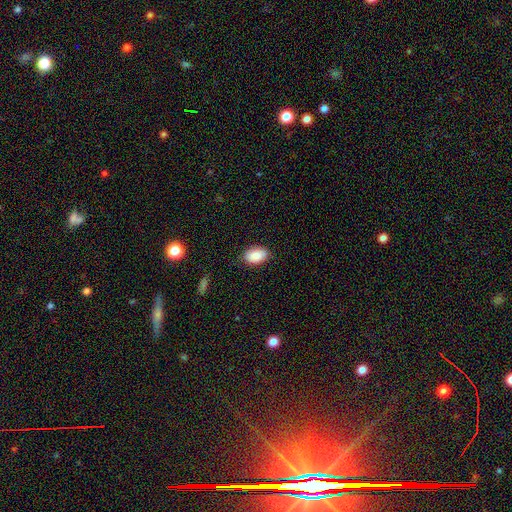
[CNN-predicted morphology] This appears to be a smooth galaxy with no disk features (88%) that is in between round and cigar-shaped (91%). Merging: none (82%).